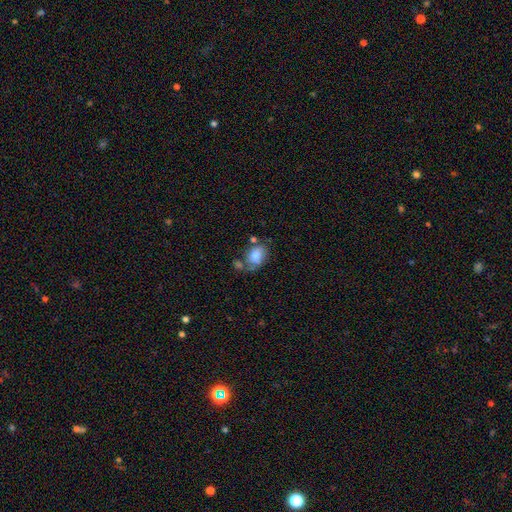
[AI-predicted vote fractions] Smooth or featured: smooth — 74% (featured or disk — 17%)
How rounded: in between — 77% (round — 22%)
Merging: none — 41% (minor disturbance — 25%)